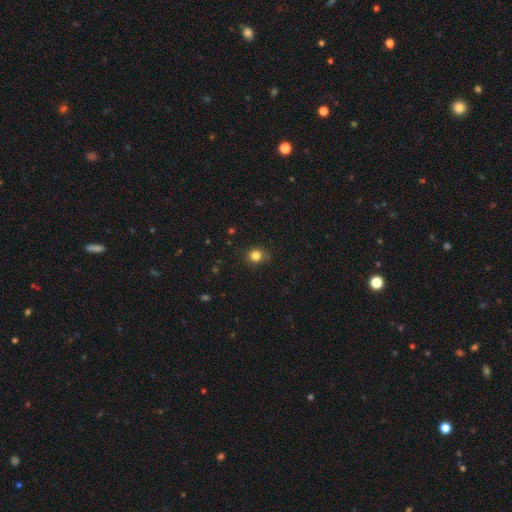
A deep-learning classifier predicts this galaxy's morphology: smooth 82%, star or artifact 12%, featured or disk 6%. Down the decision tree: how rounded — round (81%); merging — none (77%).